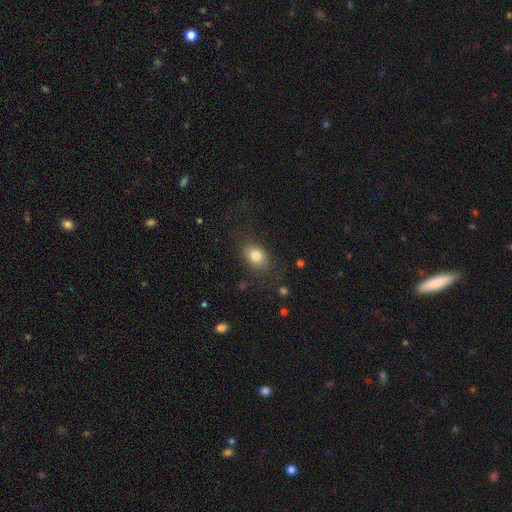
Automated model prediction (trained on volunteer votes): Morphology: type=smooth (81%); roundness=in between (71%); merging=none (76%).